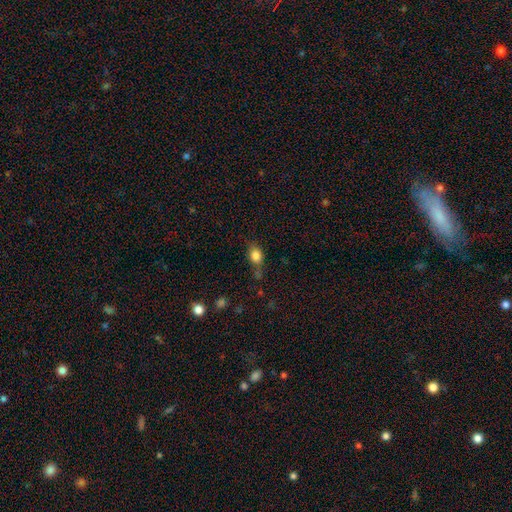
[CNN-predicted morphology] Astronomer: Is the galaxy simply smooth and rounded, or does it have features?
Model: smooth — 82%.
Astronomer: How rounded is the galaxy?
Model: in between — 58% (runner-up: round, 39%).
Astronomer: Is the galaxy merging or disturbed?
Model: none — 58%.